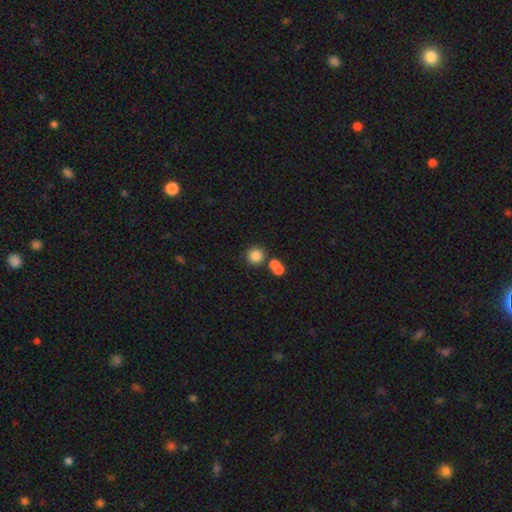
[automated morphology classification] Smooth or featured? smooth (82%)
How rounded? round (92%)
Merging? none (67%)